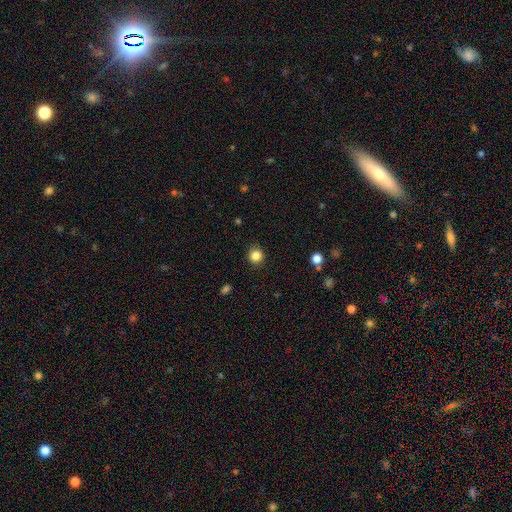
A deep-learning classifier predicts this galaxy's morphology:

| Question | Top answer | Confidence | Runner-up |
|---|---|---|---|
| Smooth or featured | smooth | 85% | star or artifact (11%) |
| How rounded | round | 92% | in between (7%) |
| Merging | none | 90% | minor disturbance (7%) |